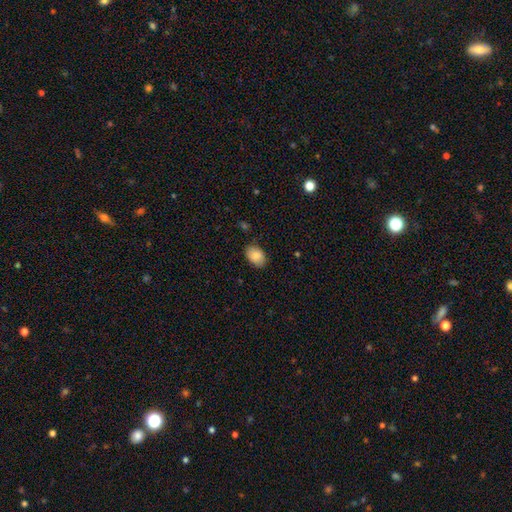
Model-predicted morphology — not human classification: Overall: smooth (87%). How rounded: in between (85%). Merging: none (83%).